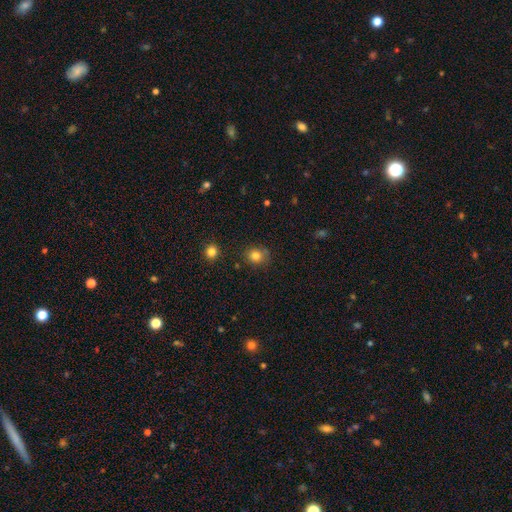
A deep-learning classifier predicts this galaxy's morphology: Overall: smooth (81%). How rounded: round (78%). Merging: none (78%).